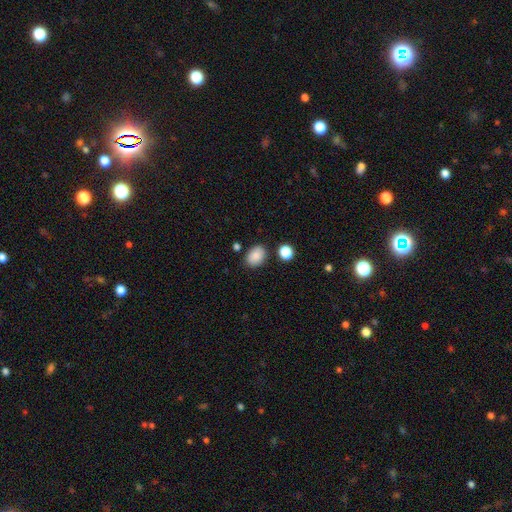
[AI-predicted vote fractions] A smooth galaxy with no disk features (88%) that is in between round and cigar-shaped (72%). Merging: none (81%).